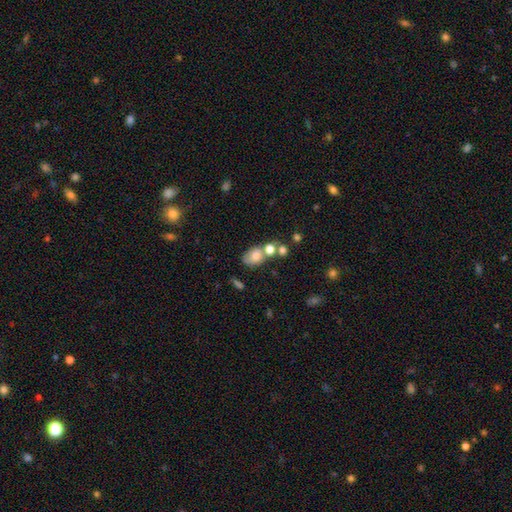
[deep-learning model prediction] Smooth or featured?
  - smooth: 74% *
  - featured or disk: 14%
  - star or artifact: 11%
How rounded?
  - in between: 70% *
  - round: 28%
  - cigar-shaped: 2%
Merging?
  - none: 38% *
  - merger: 36%
  - minor disturbance: 17%
  - major disturbance: 9%